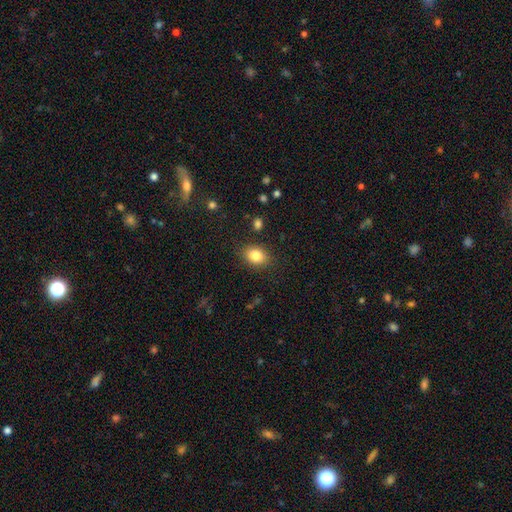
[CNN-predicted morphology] Q: Smooth or featured?
A: smooth (84%); runner-up: star or artifact (9%)
Q: How rounded?
A: in between (65%); runner-up: round (34%)
Q: Merging?
A: none (85%); runner-up: minor disturbance (10%)